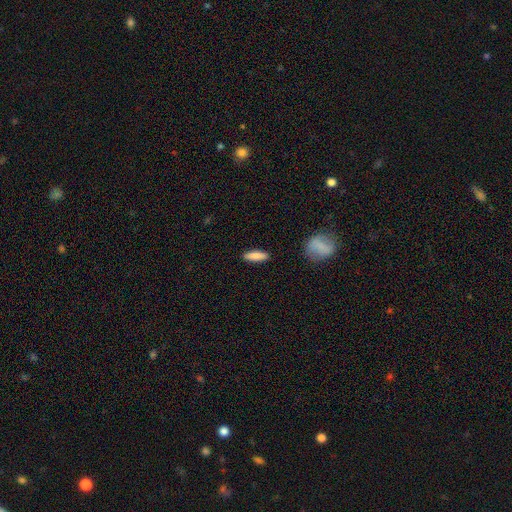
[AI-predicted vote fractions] Smooth or featured? smooth (85%)
How rounded? cigar-shaped (59%)
Merging? none (88%)